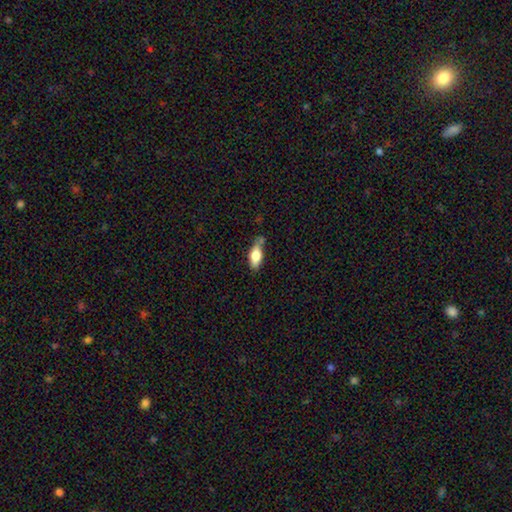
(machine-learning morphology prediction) A smooth galaxy with no disk features (73%) that is in between round and cigar-shaped (79%). Merging: none (51%).